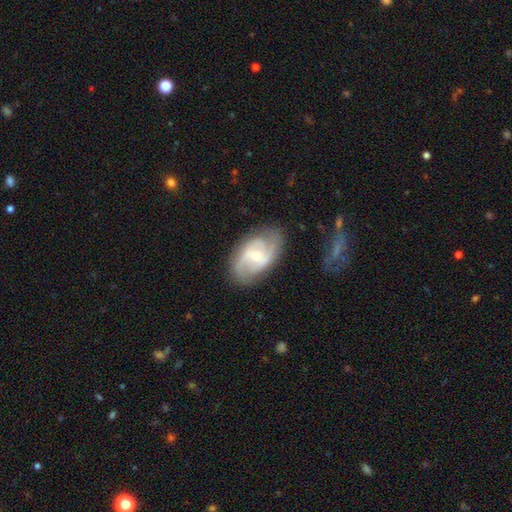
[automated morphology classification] featured or disk 79%, smooth 15%, star or artifact 6%. Down the decision tree: edge-on disk — no (96%); bar — weak (51%); spiral arms — yes (93%); spiral arm count — 2 (69%); spiral winding — medium (47%); bulge size — small (56%); merging — none (76%).